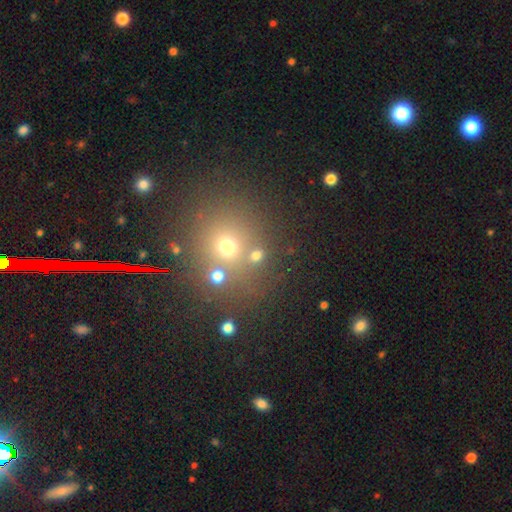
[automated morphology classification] A smooth galaxy with no disk features (66%) that is round (80%). Merging: none (68%).